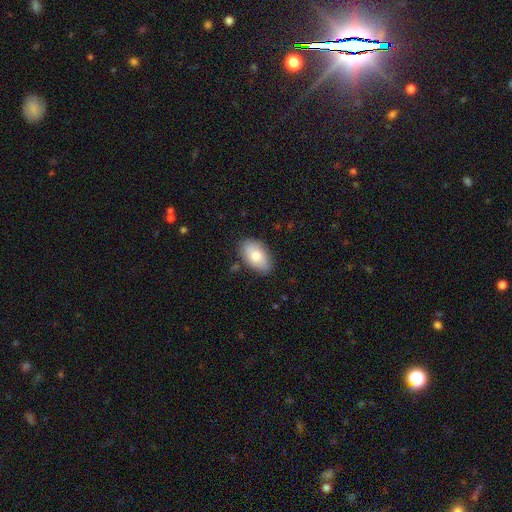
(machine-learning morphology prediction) Smooth or featured? smooth (80%)
How rounded? in between (93%)
Merging? none (82%)